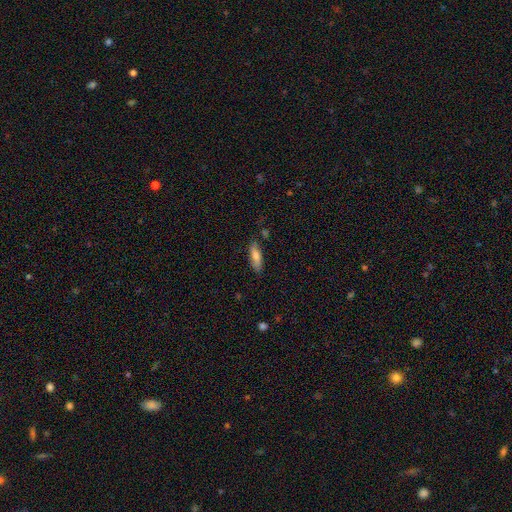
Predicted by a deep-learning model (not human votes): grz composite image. It shows a smooth galaxy with no disk features (75%) that is in between round and cigar-shaped (55%). Merging: none (79%).